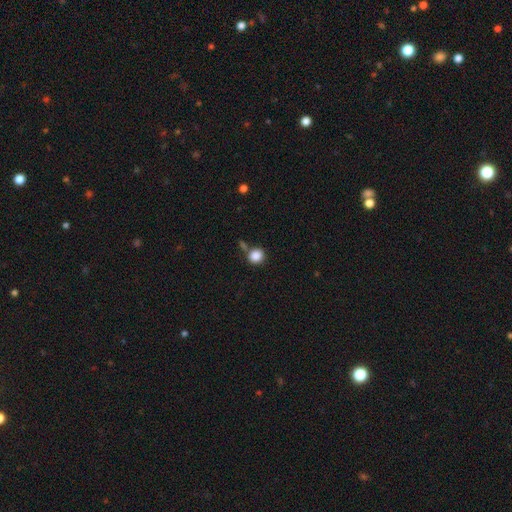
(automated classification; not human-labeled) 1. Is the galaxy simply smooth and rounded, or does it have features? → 86% smooth, 10% star or artifact, 4% featured or disk.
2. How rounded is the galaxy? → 83% round, 16% in between, 1% cigar-shaped.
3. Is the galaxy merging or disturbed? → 67% none, 16% merger, 13% minor disturbance, 5% major disturbance.